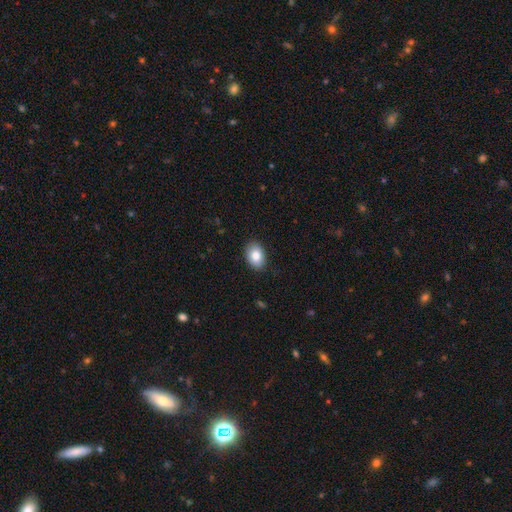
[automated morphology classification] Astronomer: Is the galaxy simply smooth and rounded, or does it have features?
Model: smooth — 84%.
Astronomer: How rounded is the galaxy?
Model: in between — 83%.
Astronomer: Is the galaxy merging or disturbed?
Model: none — 88%.